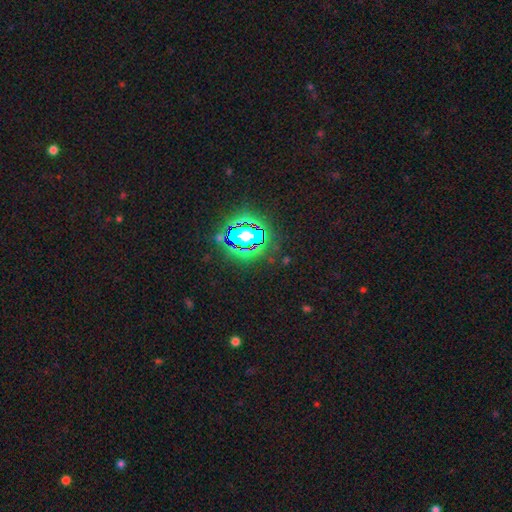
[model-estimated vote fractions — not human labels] Smooth or featured? Predicted: star or artifact (p=0.81).